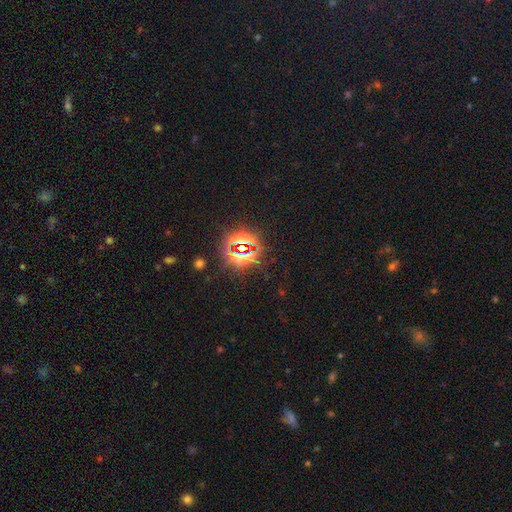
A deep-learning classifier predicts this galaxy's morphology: Smooth or featured: star or artifact — 78% (smooth — 14%)